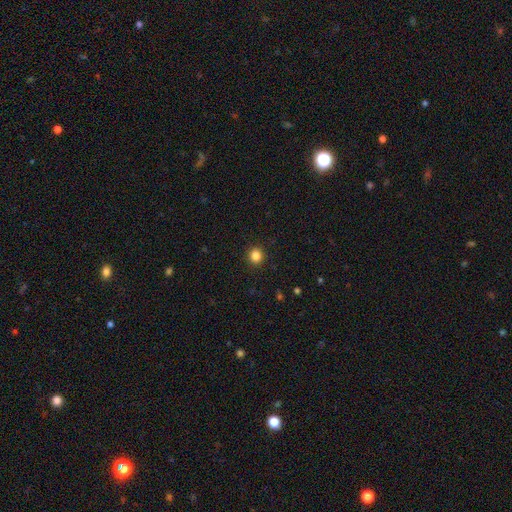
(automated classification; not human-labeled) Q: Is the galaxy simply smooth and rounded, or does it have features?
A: smooth — 84%.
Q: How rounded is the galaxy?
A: round — 91%.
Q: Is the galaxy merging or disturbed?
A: none — 92%.